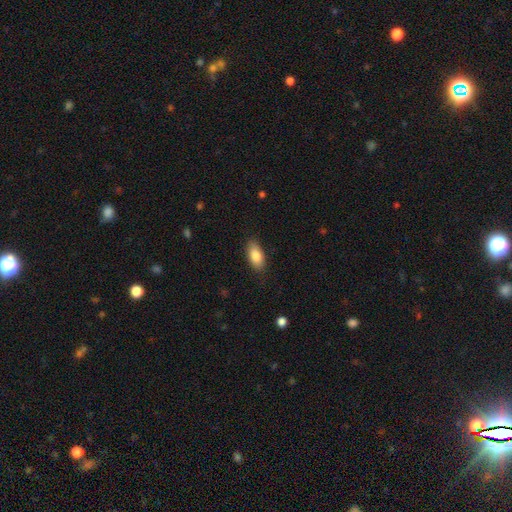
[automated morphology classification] smooth 86%, featured or disk 8%, star or artifact 7%. Down the decision tree: how rounded — in between (90%); merging — none (85%).